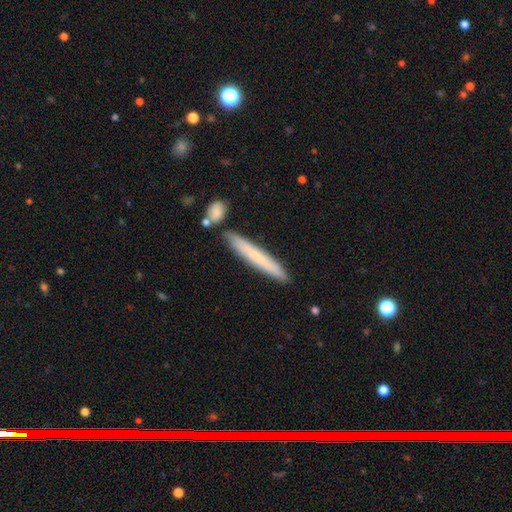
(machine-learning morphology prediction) Q: Smooth or featured?
A: smooth (67%); runner-up: featured or disk (27%)
Q: How rounded?
A: cigar-shaped (95%); runner-up: in between (3%)
Q: Merging?
A: none (84%); runner-up: minor disturbance (9%)